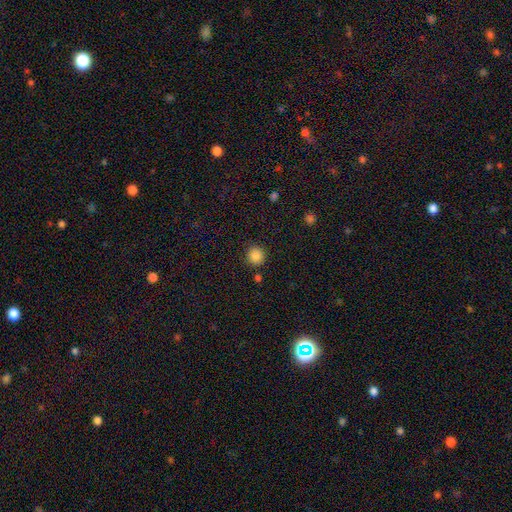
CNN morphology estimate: Smooth or featured? smooth (86%)
How rounded? round (94%)
Merging? none (89%)